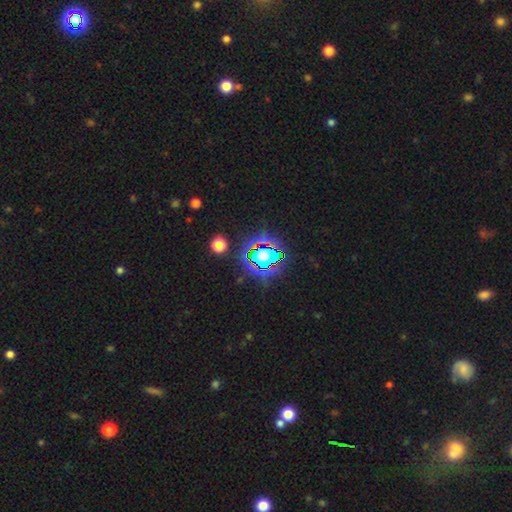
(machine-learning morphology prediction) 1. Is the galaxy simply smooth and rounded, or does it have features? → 82% star or artifact, 11% smooth, 7% featured or disk.